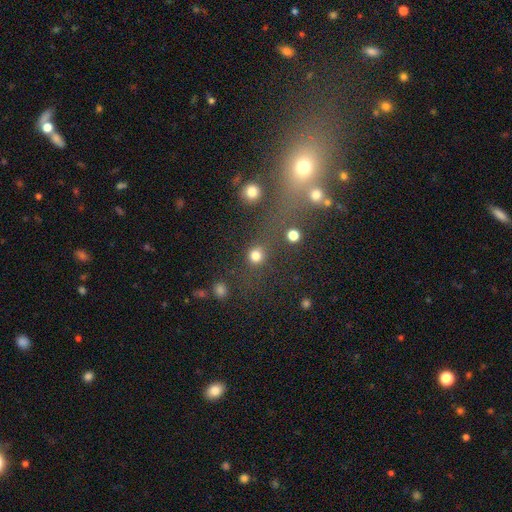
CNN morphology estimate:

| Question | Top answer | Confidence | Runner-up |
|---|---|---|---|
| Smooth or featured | smooth | 79% | star or artifact (15%) |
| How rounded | round | 90% | in between (8%) |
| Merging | none | 68% | merger (14%) |